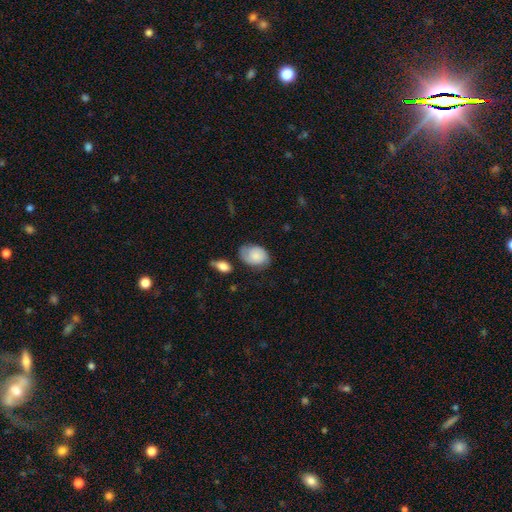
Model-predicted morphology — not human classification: This is likely a smooth galaxy (70%). How rounded: likely in between (75%). Merging: possibly none (60%).